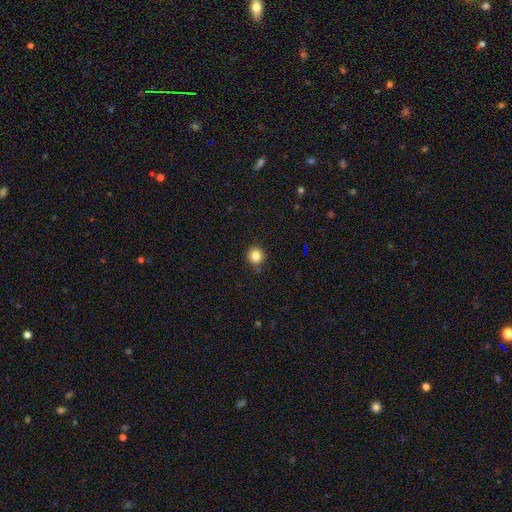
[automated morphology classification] Smooth or featured: smooth — 83% (star or artifact — 12%)
How rounded: round — 94% (in between — 5%)
Merging: none — 89% (minor disturbance — 7%)